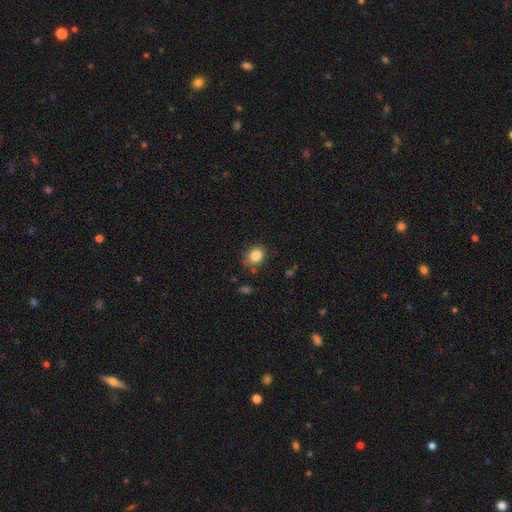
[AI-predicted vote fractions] Smooth or featured?
  - smooth: 84% *
  - star or artifact: 10%
  - featured or disk: 6%
How rounded?
  - round: 53% *
  - in between: 47%
  - cigar-shaped: 1%
Merging?
  - none: 76% *
  - minor disturbance: 17%
  - major disturbance: 4%
  - merger: 3%